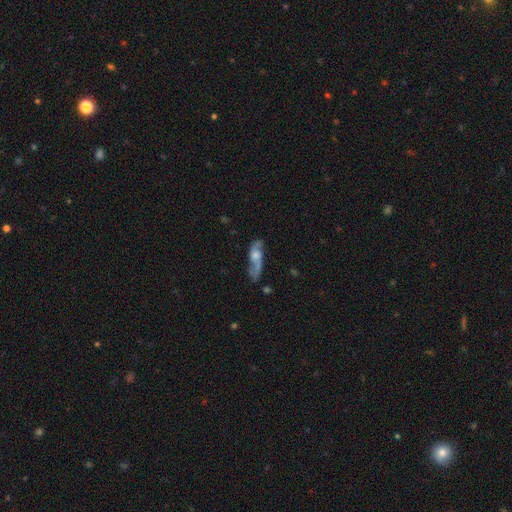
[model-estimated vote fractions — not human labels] Smooth or featured: featured or disk — 65% (smooth — 27%)
Edge-on disk: no — 68% (yes — 32%)
Merging: none — 60% (minor disturbance — 23%)